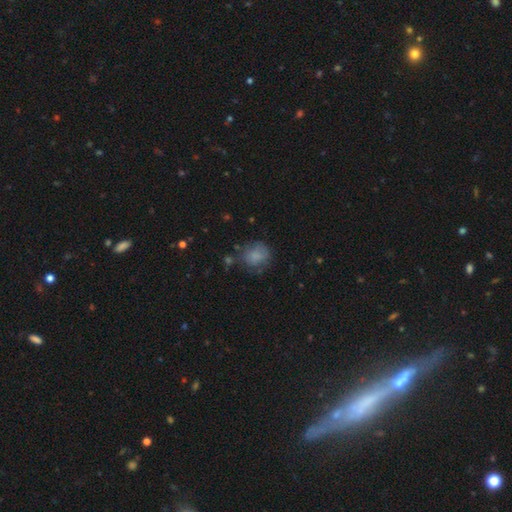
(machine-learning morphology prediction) A smooth galaxy with no disk features (74%) that is round (74%). Merging: none (56%).